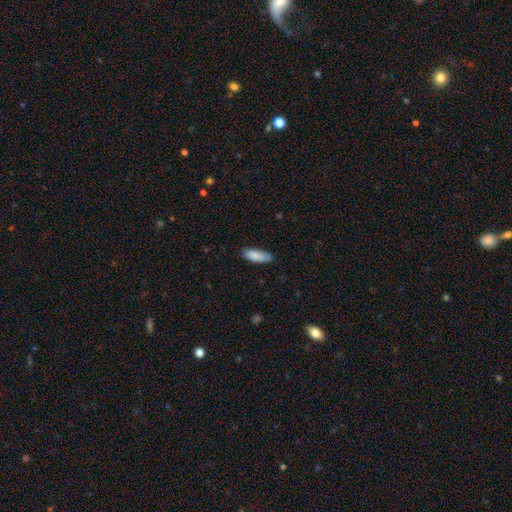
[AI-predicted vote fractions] Overall: smooth (87%). How rounded: in between (68%; cigar-shaped 30%). Merging: none (76%).